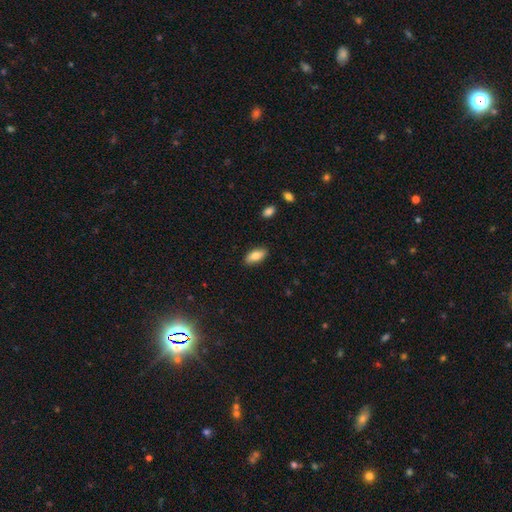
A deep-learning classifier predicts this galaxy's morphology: Q: Smooth or featured?
A: smooth (81%); runner-up: featured or disk (12%)
Q: How rounded?
A: in between (87%); runner-up: cigar-shaped (11%)
Q: Merging?
A: none (88%); runner-up: minor disturbance (9%)